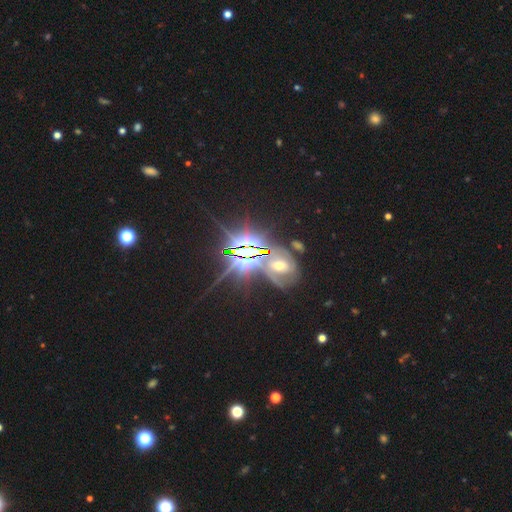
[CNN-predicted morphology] The model was most divided on "smooth or featured": star or artifact: 71%, featured or disk: 18%, smooth: 11%.